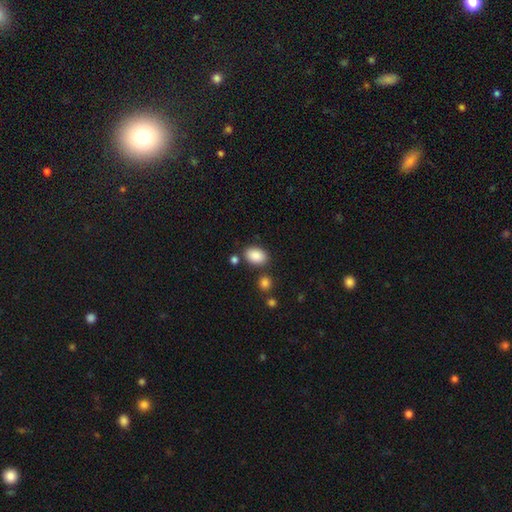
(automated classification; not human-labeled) Smooth or featured?
  - smooth: 88% *
  - star or artifact: 8%
  - featured or disk: 4%
How rounded?
  - in between: 86% *
  - round: 13%
  - cigar-shaped: 1%
Merging?
  - none: 79% *
  - minor disturbance: 11%
  - merger: 6%
  - major disturbance: 3%